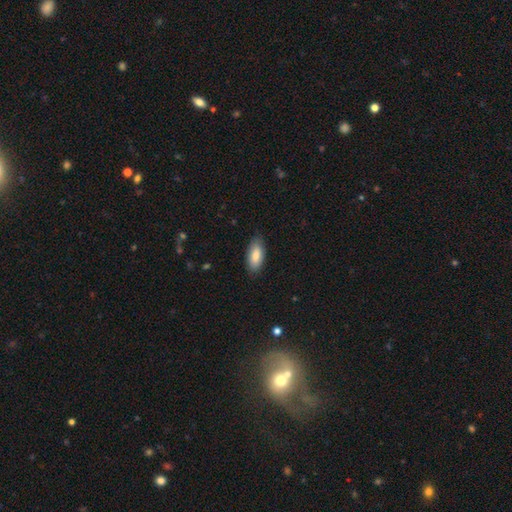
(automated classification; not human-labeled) Overall: smooth (84%). How rounded: in between (86%). Merging: none (84%).